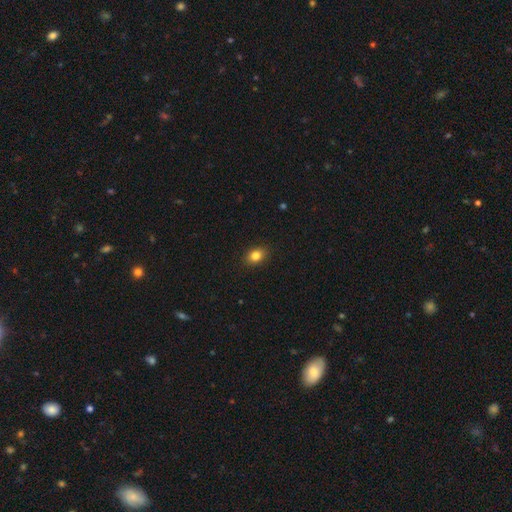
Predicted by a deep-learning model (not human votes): Smooth or featured: smooth — 83% (star or artifact — 10%)
How rounded: in between — 66% (round — 33%)
Merging: none — 90% (minor disturbance — 8%)